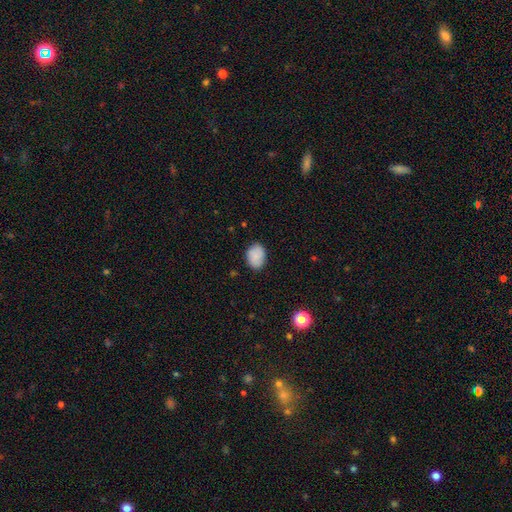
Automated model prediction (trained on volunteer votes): This is clearly a smooth galaxy (85%). How rounded: likely in between (75%). Merging: clearly none (82%).